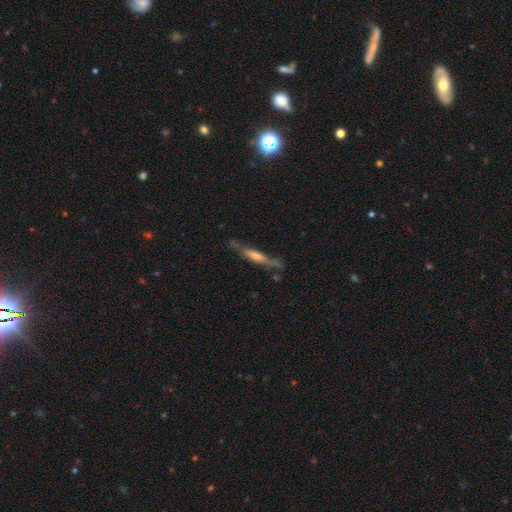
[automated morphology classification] A featured or disk galaxy (61%) viewed edge-on (86%) with a rounded central bulge (43%). Merging: none (67%).